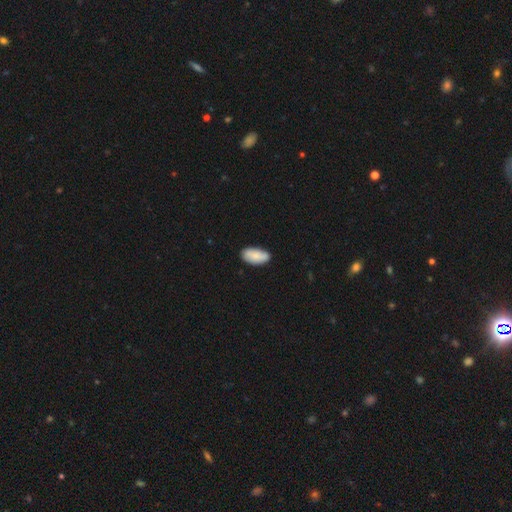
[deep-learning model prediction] Smooth or featured? smooth (81%)
How rounded? in between (92%)
Merging? none (79%)